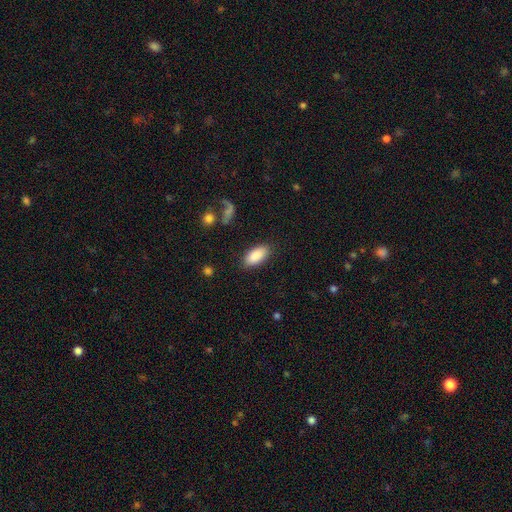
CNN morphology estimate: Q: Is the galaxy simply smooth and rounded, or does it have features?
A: smooth — 88%.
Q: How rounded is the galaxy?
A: in between — 92%.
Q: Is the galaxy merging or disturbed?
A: none — 86%.